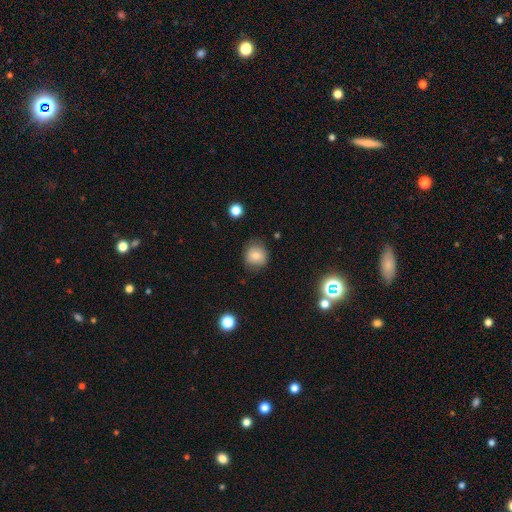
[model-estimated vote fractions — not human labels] Smooth or featured? smooth (77%)
How rounded? round (86%)
Merging? none (79%)